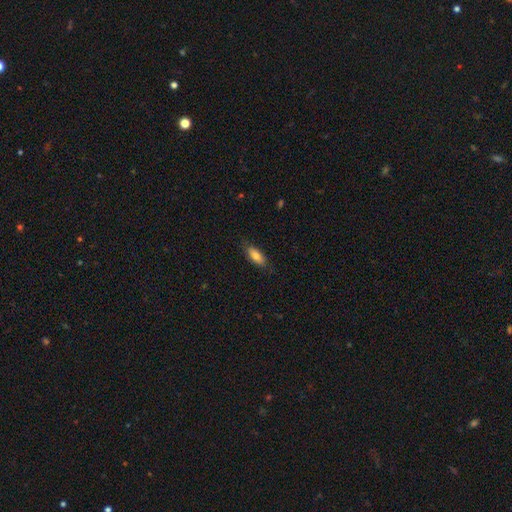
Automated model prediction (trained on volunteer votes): Overall: smooth (79%). How rounded: in between (77%). Merging: none (82%).